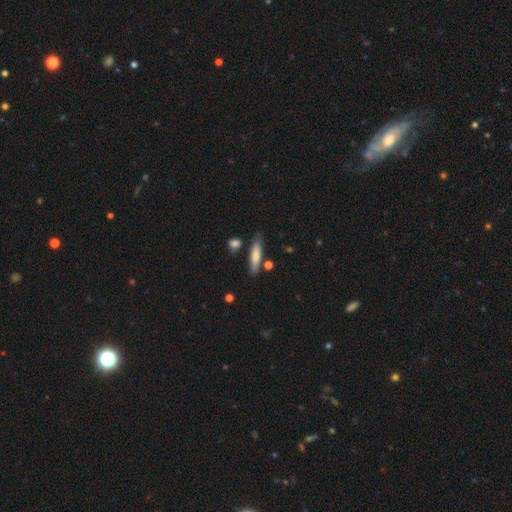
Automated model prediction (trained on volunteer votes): A smooth galaxy with no disk features (70%) that is cigar-shaped (78%). Merging: none (77%).